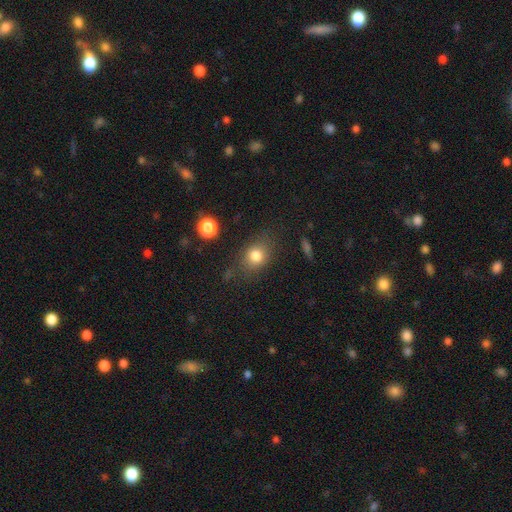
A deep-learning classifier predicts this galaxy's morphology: Overall: smooth (79%). How rounded: round (51%; in between 47%). Merging: none (72%).